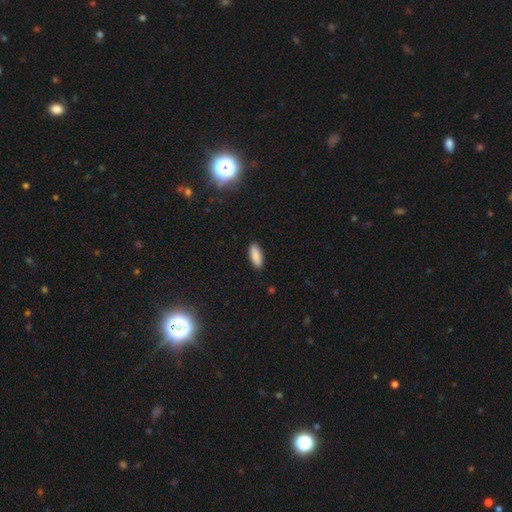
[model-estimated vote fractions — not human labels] smooth_or_featured: smooth (p=0.89) [alt: star or artifact p=0.07]
how_rounded: in between (p=0.80) [alt: cigar-shaped p=0.18]
merging: none (p=0.90) [alt: minor disturbance p=0.08]